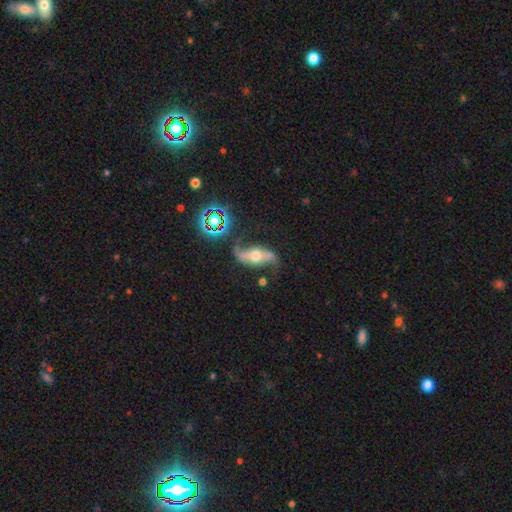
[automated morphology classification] A featured or disk galaxy (80%) with no bar (42%), 2 (92%) loose (84%) spiral arms (91%) and a moderate central bulge (65%).

Vote fractions:
- Smooth or featured? featured or disk: 80% / smooth: 11% / star or artifact: 9%
- Edge-on disk? no: 85% / yes: 15%
- Bar? no: 42% / strong: 32% / weak: 26%
- Spiral arms? yes: 91% / no: 9%
- Spiral winding? loose: 84% / medium: 12% / tight: 4%
- Spiral arm count? 2: 92% / can't tell: 3% / 1: 2% / 3: 1% / 4: 1% / more than 4: 1%
- Bulge size? moderate: 65% / small: 19% / large: 12% / dominant: 2% / none: 2%
- Merging? none: 68% / minor disturbance: 18% / major disturbance: 10% / merger: 4%